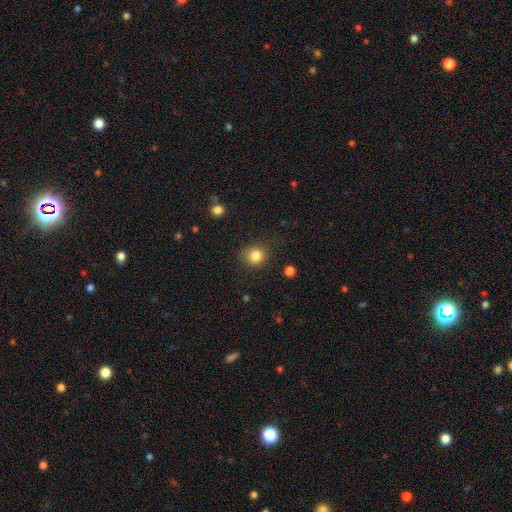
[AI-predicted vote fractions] Smooth or featured? smooth (84%)
How rounded? round (82%)
Merging? none (81%)